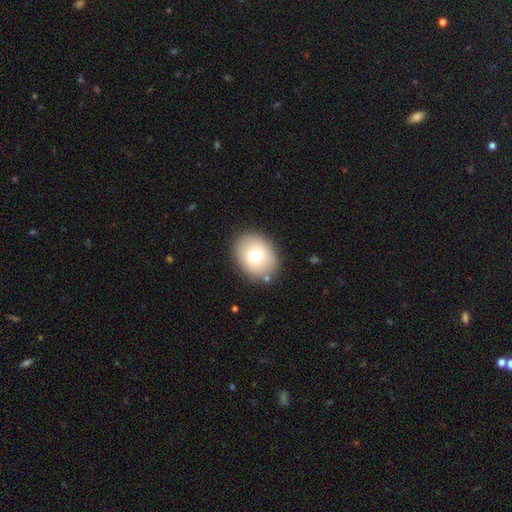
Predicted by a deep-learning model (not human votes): A smooth galaxy with no disk features (73%) that is in between round and cigar-shaped (54%).

Vote fractions:
- Smooth or featured? smooth: 73% / featured or disk: 17% / star or artifact: 10%
- How rounded? in between: 54% / round: 45% / cigar-shaped: 1%
- Merging? none: 86% / minor disturbance: 9% / major disturbance: 3% / merger: 2%